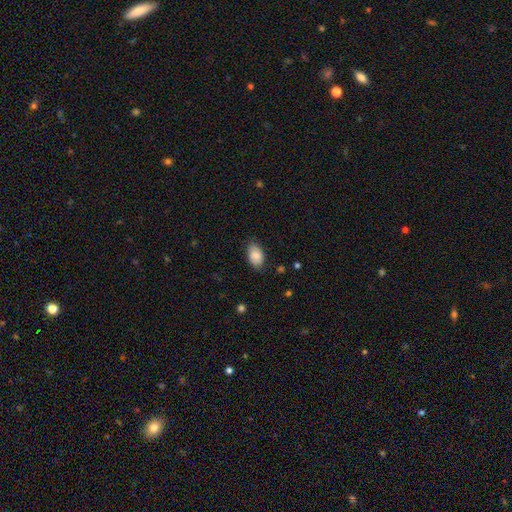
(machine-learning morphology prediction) smooth-or-featured: smooth: 84% | featured or disk: 9% | star or artifact: 7%
  how-rounded: in between: 90% | round: 9% | cigar-shaped: 1%
  merging: none: 78% | minor disturbance: 18% | major disturbance: 3% | merger: 1%